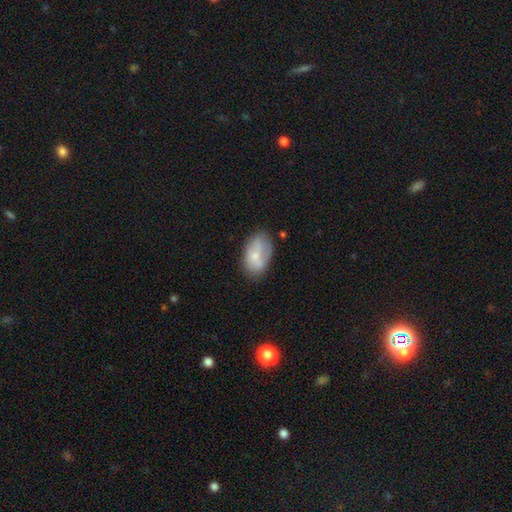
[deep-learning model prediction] smooth 61%, featured or disk 32%, star or artifact 7%. Down the decision tree: how rounded — in between (90%); merging — none (57%).